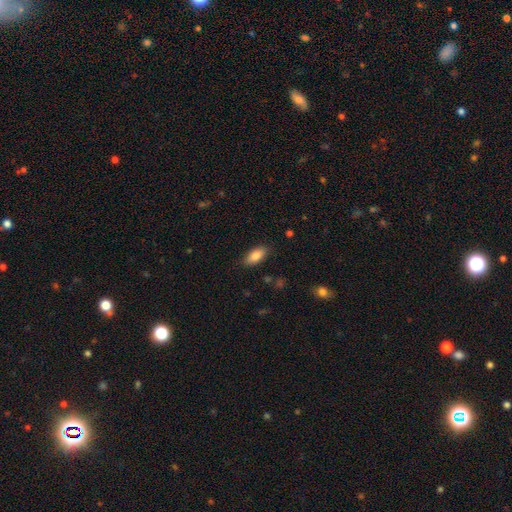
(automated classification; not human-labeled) A smooth galaxy with no disk features (84%) that is in between round and cigar-shaped (86%). Merging: none (85%).